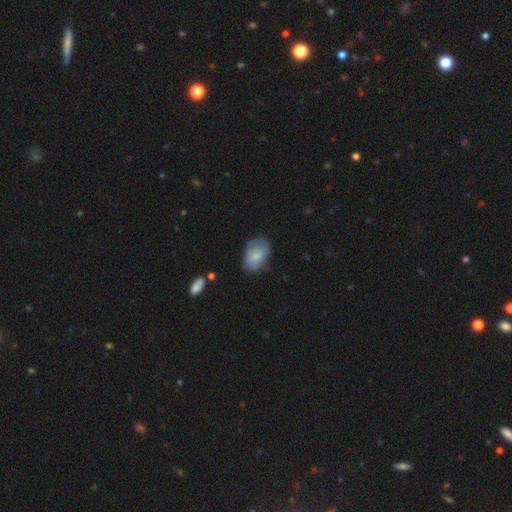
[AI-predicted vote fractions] Overall: smooth (66%; featured or disk 27%). How rounded: in between (83%). Merging: none (62%; minor disturbance 28%).